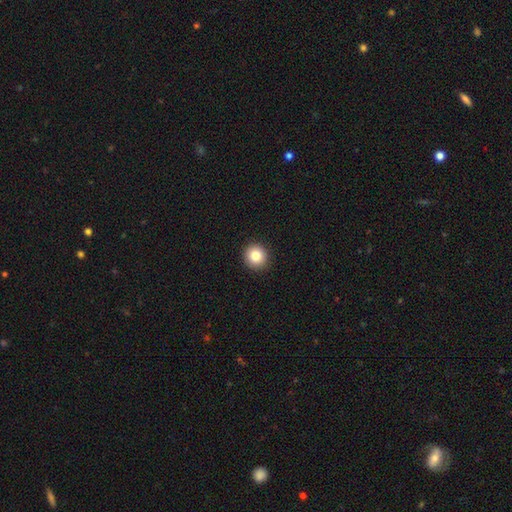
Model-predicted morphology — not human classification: This is clearly a smooth galaxy (83%). How rounded: clearly round (93%). Merging: clearly none (93%).